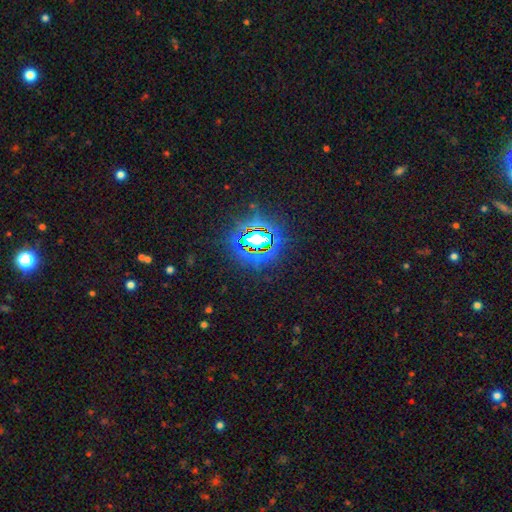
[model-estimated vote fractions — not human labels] Smooth or featured? star or artifact (84%)